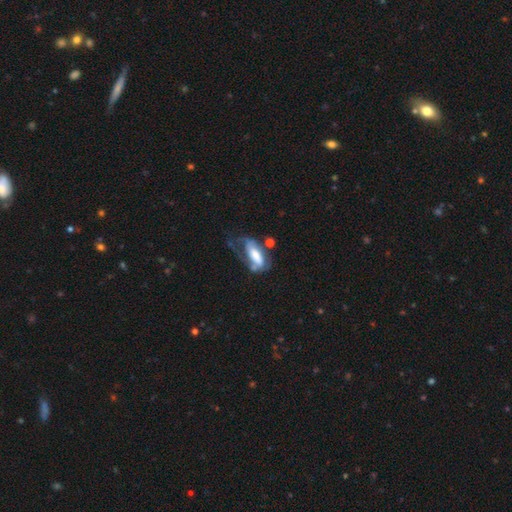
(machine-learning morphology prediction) Smooth or featured? featured or disk (50%)
Edge-on disk? no (84%)
Merging? major disturbance (41%)